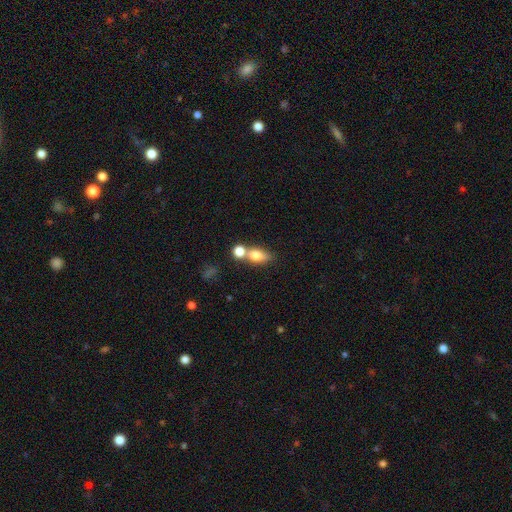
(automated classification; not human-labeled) Overall: smooth (74%). How rounded: in between (67%). Merging: merger (47%; none 37%).